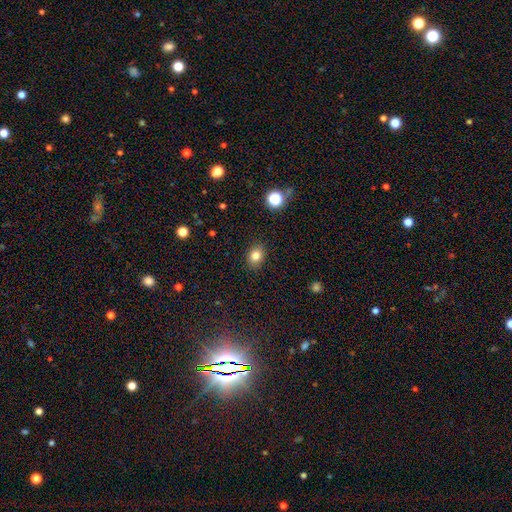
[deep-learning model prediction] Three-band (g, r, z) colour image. It shows a smooth galaxy with no disk features (81%) that is in between round and cigar-shaped (59%). Merging: none (88%).